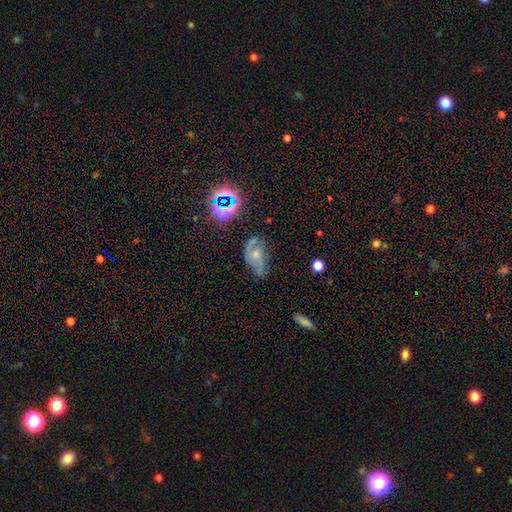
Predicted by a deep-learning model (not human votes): smooth_or_featured: featured or disk (p=0.58) [alt: smooth p=0.26]
disk_edge_on: no (p=0.95) [alt: yes p=0.05]
bar: no (p=0.72) [alt: weak p=0.23]
has_spiral_arms: yes (p=0.82) [alt: no p=0.18]
bulge_size: small (p=0.50) [alt: moderate p=0.38]
merging: none (p=0.47) [alt: minor disturbance p=0.30]